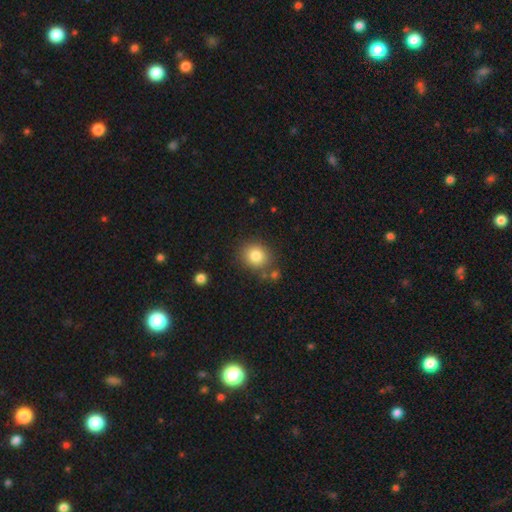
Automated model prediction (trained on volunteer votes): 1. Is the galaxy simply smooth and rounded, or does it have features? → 83% smooth, 10% star or artifact, 7% featured or disk.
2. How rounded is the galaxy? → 77% round, 22% in between, 1% cigar-shaped.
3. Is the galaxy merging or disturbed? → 79% none, 11% minor disturbance, 7% merger, 4% major disturbance.